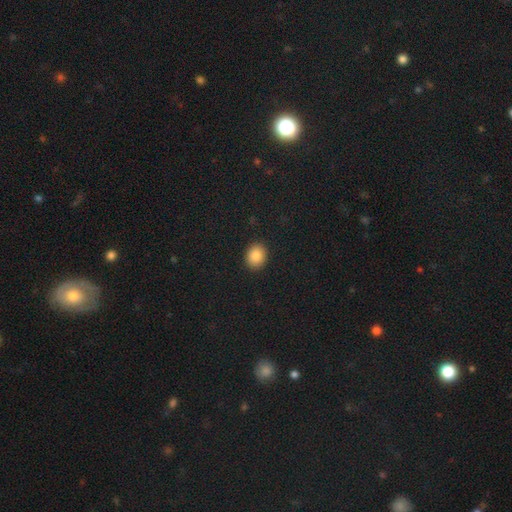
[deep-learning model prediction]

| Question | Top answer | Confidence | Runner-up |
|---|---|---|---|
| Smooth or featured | smooth | 87% | star or artifact (9%) |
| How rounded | round | 59% | in between (41%) |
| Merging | none | 91% | minor disturbance (6%) |